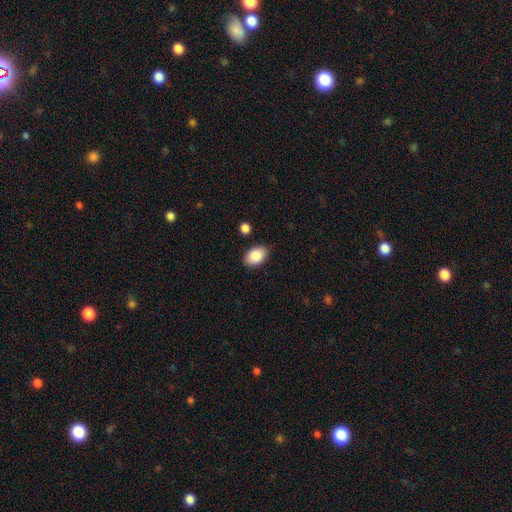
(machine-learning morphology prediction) This is clearly a smooth galaxy (87%). How rounded: clearly in between (88%). Merging: clearly none (86%).